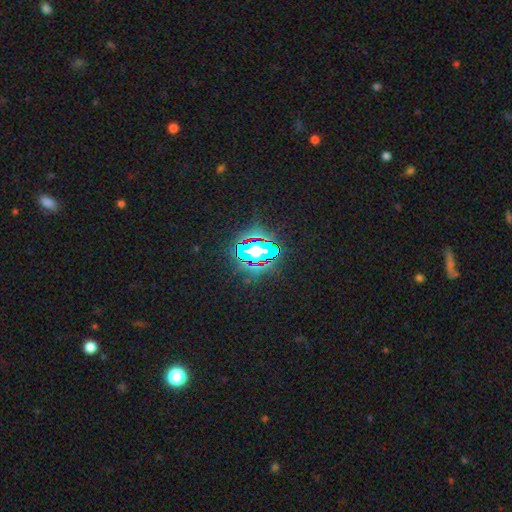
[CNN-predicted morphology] Smooth or featured? Predicted: star or artifact (p=0.81).